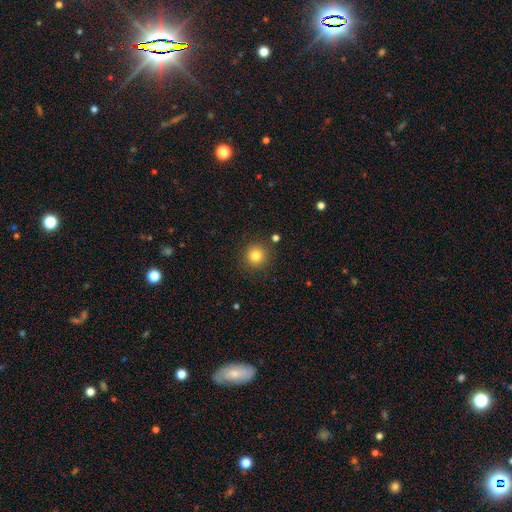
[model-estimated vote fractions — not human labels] A smooth galaxy with no disk features (81%) that is round (95%). Merging: none (89%).